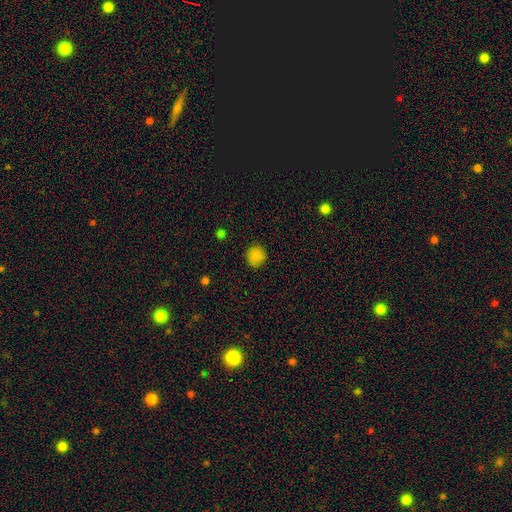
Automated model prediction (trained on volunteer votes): smooth 85%, star or artifact 11%, featured or disk 3%. Down the decision tree: how rounded — round (88%); merging — none (88%).